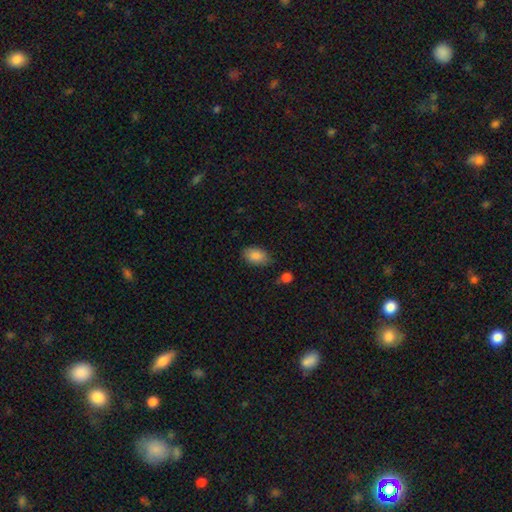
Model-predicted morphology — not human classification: Smooth or featured? Predicted: smooth (p=0.87). How rounded? Predicted: in between (p=0.90). Merging? Predicted: none (p=0.79).